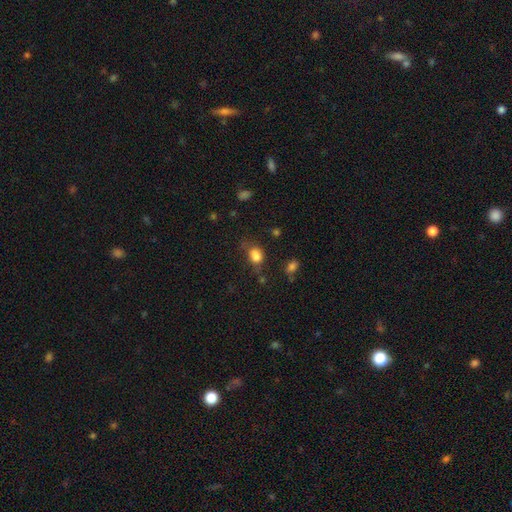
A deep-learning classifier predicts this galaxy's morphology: Q: Smooth or featured?
A: smooth (81%); runner-up: star or artifact (12%)
Q: How rounded?
A: in between (64%); runner-up: round (34%)
Q: Merging?
A: none (54%); runner-up: minor disturbance (27%)